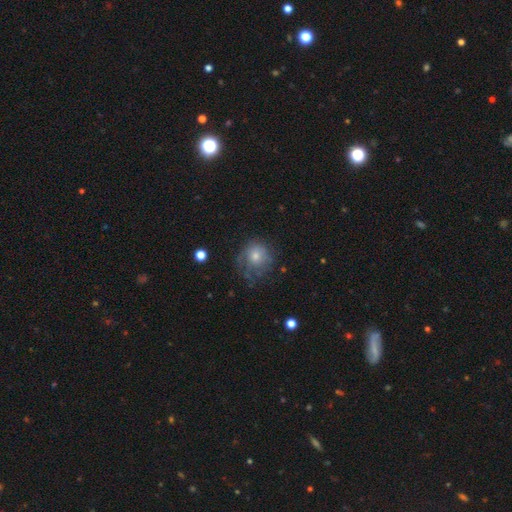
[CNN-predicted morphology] smooth-or-featured: smooth: 51% | featured or disk: 36% | star or artifact: 13%
  how-rounded: round: 84% | in between: 15% | cigar-shaped: 1%
  merging: none: 56% | minor disturbance: 24% | major disturbance: 19% | merger: 2%